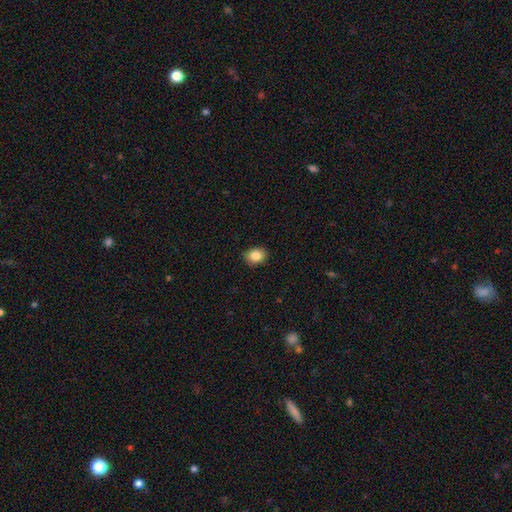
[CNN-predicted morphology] type=smooth (85%); roundness=in between (51%); merging=none (88%).